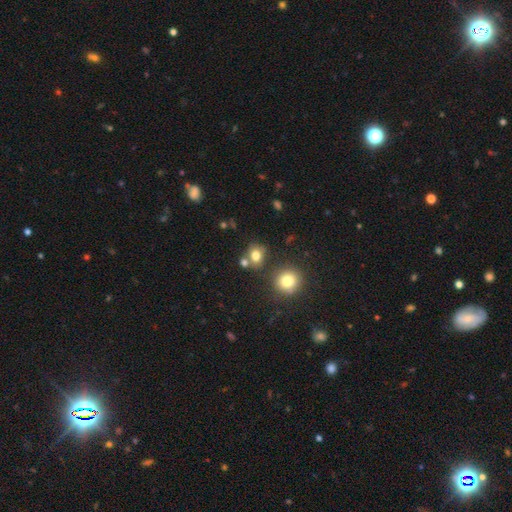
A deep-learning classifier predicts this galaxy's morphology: smooth 78%, star or artifact 14%, featured or disk 8%. Down the decision tree: how rounded — round (63%); merging — none (66%).